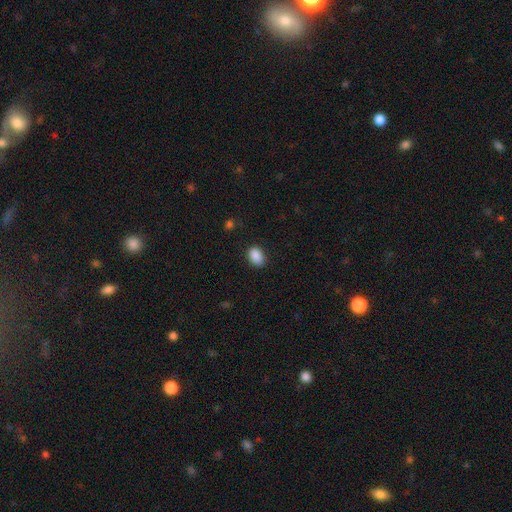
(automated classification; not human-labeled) Morphology: type=smooth (89%); roundness=in between (76%); merging=none (85%).